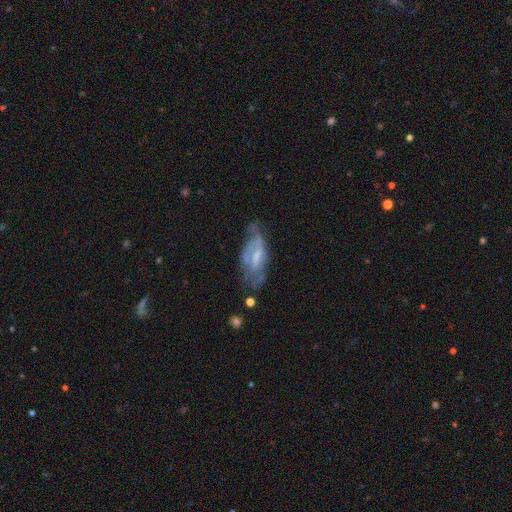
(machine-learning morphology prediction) A featured or disk galaxy (68%) with a weak bar (45%), spiral arms (66%) and a small central bulge (35%). Merging: none (43%).